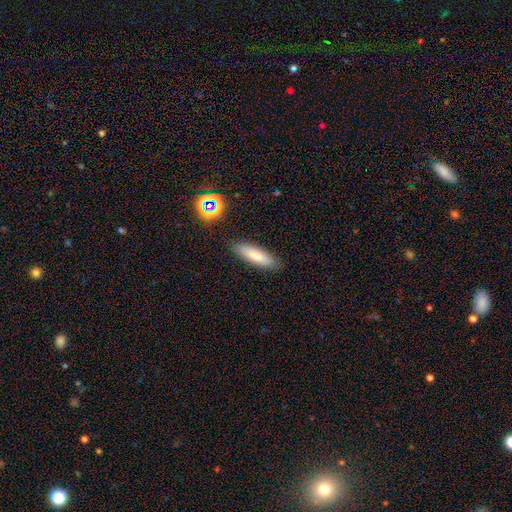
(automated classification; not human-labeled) Smooth or featured: smooth — 79% (featured or disk — 14%)
How rounded: cigar-shaped — 58% (in between — 40%)
Merging: none — 86% (minor disturbance — 10%)